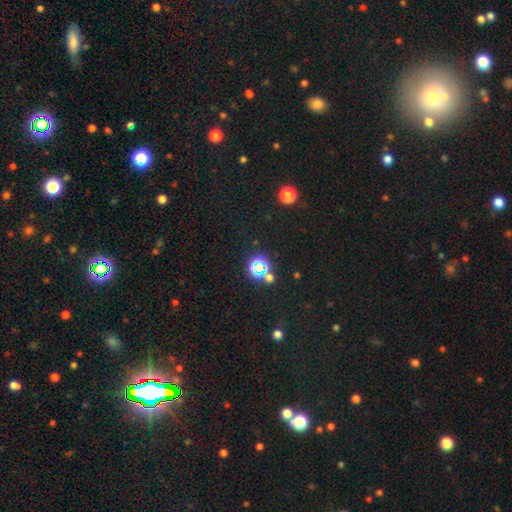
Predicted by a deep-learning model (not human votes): This appears to be a star or artifact, not a galaxy (69%).